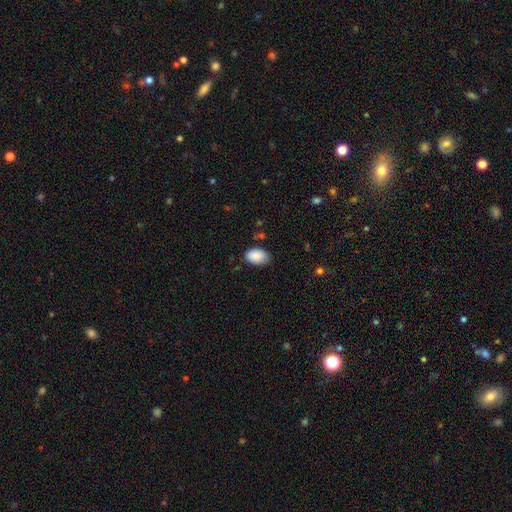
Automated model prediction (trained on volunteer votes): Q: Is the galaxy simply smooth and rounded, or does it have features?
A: smooth — 89%.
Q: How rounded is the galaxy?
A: in between — 91%.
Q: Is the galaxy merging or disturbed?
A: none — 74%.